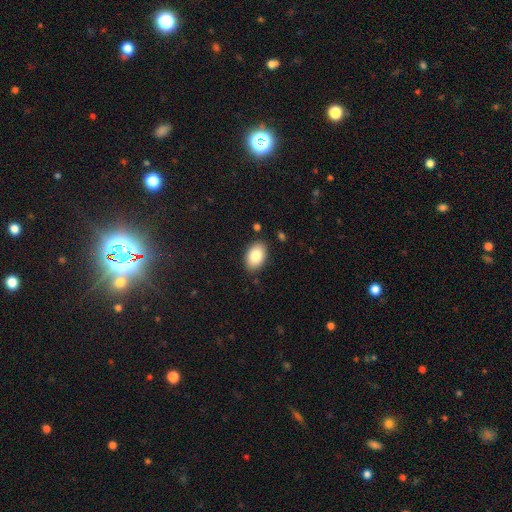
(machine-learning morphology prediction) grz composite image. It shows a smooth galaxy with no disk features (83%) that is in between round and cigar-shaped (89%). Merging: none (86%).